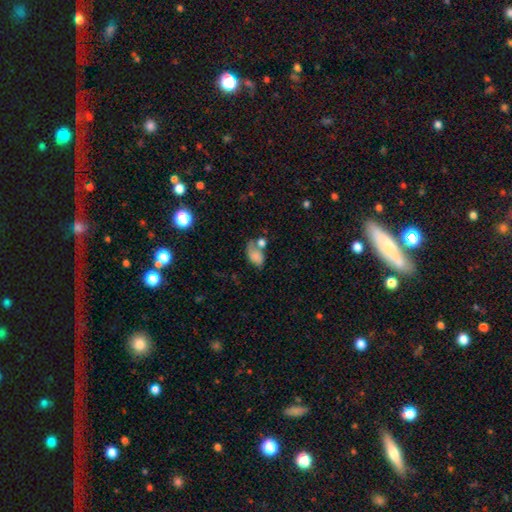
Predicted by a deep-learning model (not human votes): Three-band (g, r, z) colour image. It shows a smooth galaxy with no disk features (67%) that is in between round and cigar-shaped (85%). Merging: merger (34%).